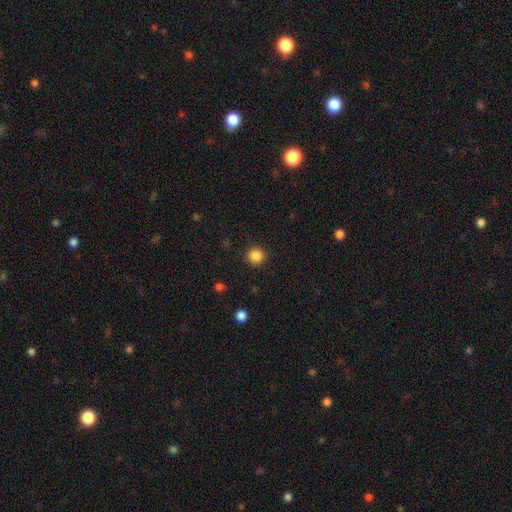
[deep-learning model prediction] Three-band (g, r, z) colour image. It shows a smooth galaxy with no disk features (86%) that is round (96%). Merging: none (92%).